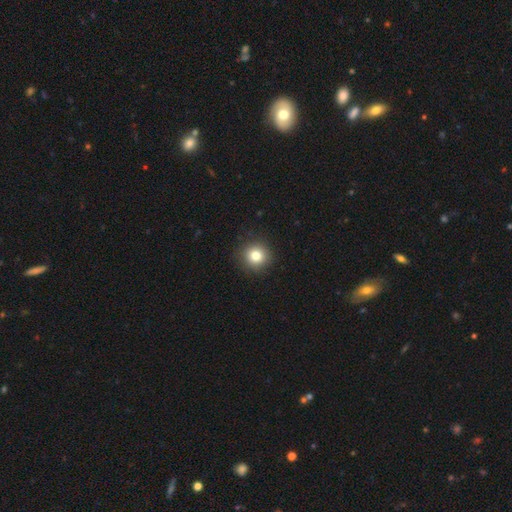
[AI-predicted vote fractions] A smooth galaxy with no disk features (81%) that is round (93%).

Vote fractions:
- Smooth or featured? smooth: 81% / star or artifact: 11% / featured or disk: 8%
- How rounded? round: 93% / in between: 6% / cigar-shaped: 1%
- Merging? none: 91% / minor disturbance: 6% / major disturbance: 2% / merger: 1%